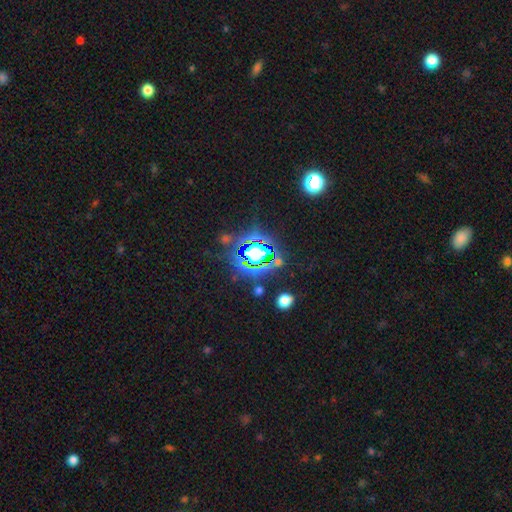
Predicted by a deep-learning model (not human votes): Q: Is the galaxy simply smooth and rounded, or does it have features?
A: star or artifact — 78%.